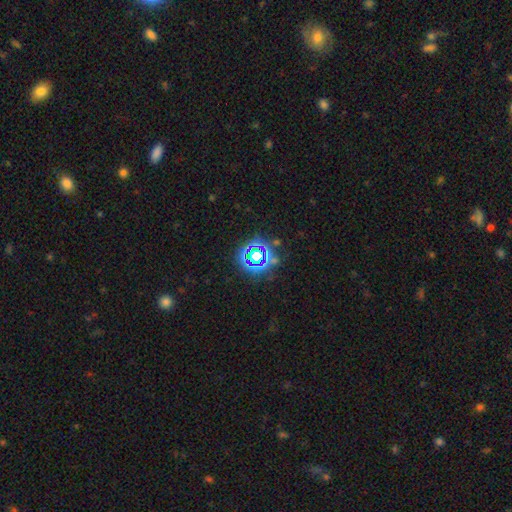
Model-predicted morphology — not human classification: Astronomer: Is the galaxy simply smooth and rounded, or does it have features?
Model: star or artifact — 67%.